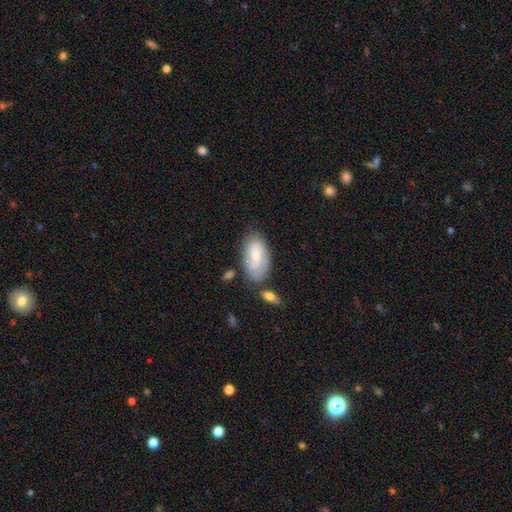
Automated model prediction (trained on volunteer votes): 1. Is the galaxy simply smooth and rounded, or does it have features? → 58% featured or disk, 35% smooth, 7% star or artifact.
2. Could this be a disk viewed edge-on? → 94% no, 6% yes.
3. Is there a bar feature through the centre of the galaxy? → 47% weak, 43% no, 9% strong.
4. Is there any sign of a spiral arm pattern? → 84% yes, 16% no.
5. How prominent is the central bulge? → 49% small, 43% moderate, 4% none, 3% large, 1% dominant.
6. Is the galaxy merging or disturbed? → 62% none, 22% minor disturbance, 9% merger, 7% major disturbance.